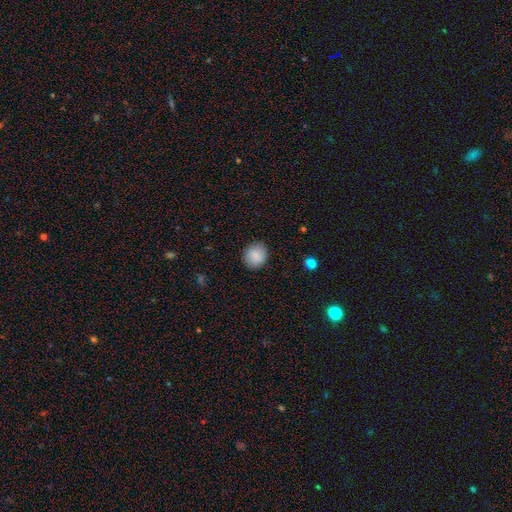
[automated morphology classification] Smooth or featured: smooth — 88% (star or artifact — 8%)
How rounded: round — 79% (in between — 20%)
Merging: none — 88% (minor disturbance — 9%)